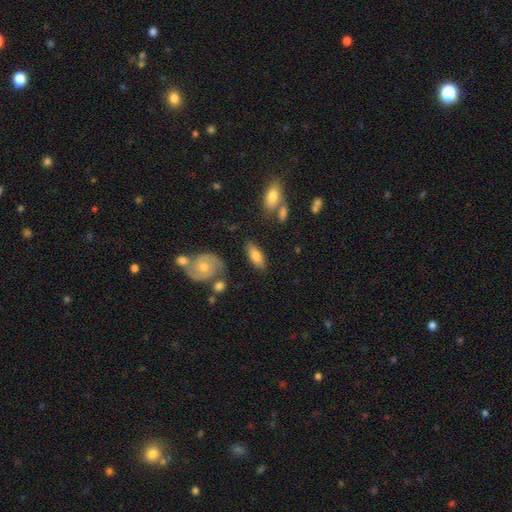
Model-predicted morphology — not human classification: The model was most divided on "smooth or featured": smooth: 75%, featured or disk: 18%, star or artifact: 7%. More confident: how rounded — in between (81%); merging — none (77%).